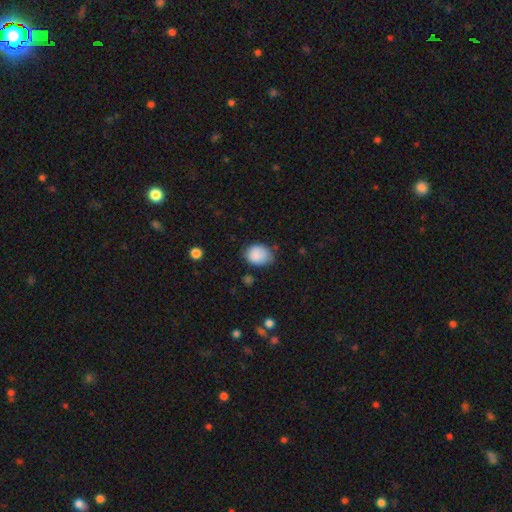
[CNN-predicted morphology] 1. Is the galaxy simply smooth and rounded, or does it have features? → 87% smooth, 8% star or artifact, 6% featured or disk.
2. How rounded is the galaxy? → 50% in between, 49% round, 1% cigar-shaped.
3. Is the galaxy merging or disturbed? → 59% none, 31% minor disturbance, 7% major disturbance, 3% merger.